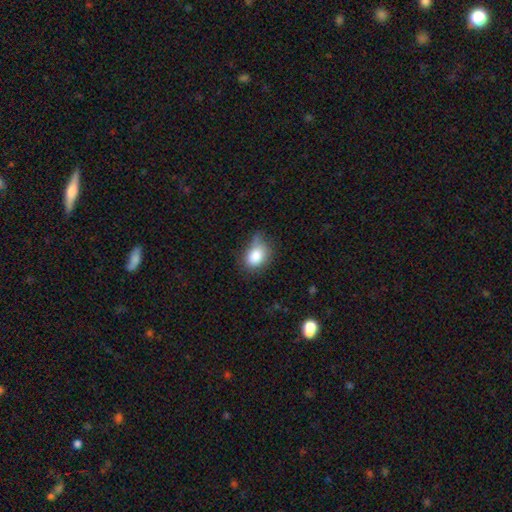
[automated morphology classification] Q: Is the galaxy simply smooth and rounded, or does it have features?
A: smooth — 84%.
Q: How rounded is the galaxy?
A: in between — 71%.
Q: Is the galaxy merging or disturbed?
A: none — 46%.